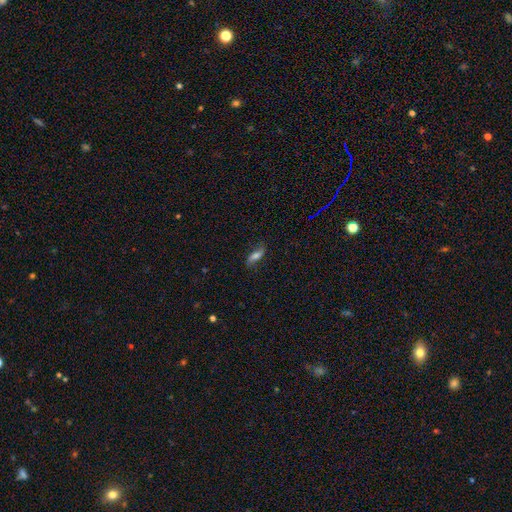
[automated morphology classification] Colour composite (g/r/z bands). It shows a smooth galaxy with no disk features (59%) that is in between round and cigar-shaped (63%). Merging: none (75%).